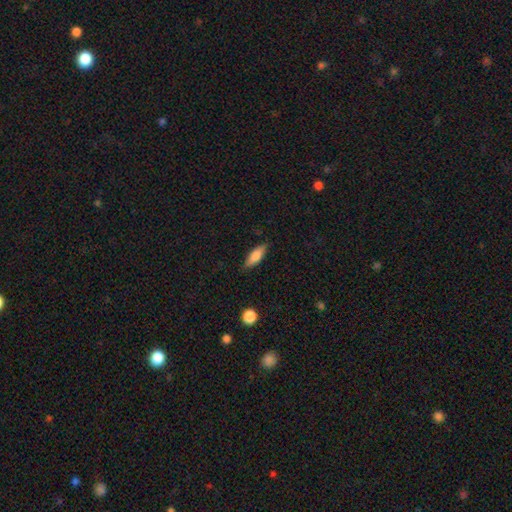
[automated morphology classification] Q: Smooth or featured?
A: smooth (76%); runner-up: featured or disk (17%)
Q: How rounded?
A: in between (58%); runner-up: cigar-shaped (40%)
Q: Merging?
A: none (83%); runner-up: minor disturbance (13%)